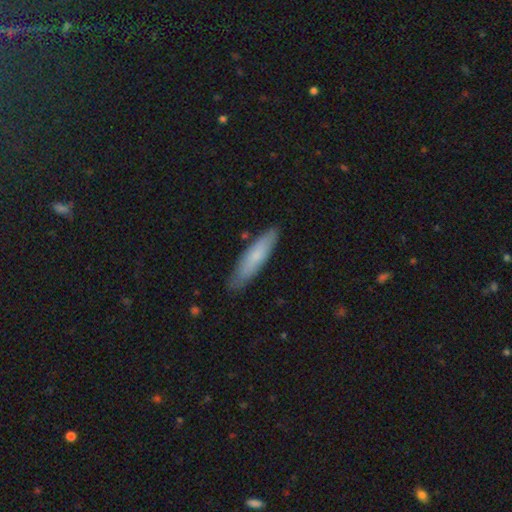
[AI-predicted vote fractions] Overall: smooth (71%). How rounded: cigar-shaped (77%). Merging: none (83%).